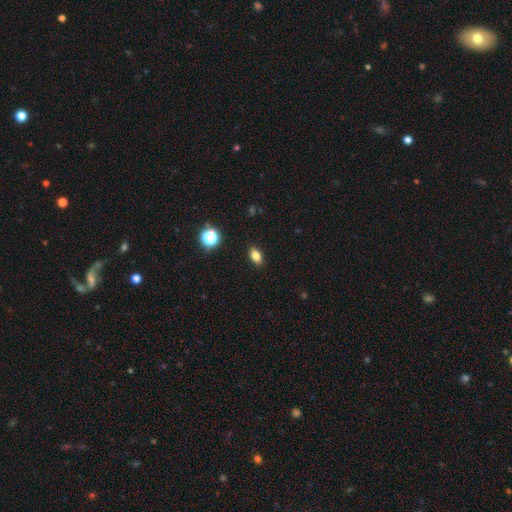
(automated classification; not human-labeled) Morphology: type=smooth (80%); roundness=in between (83%); merging=none (89%).